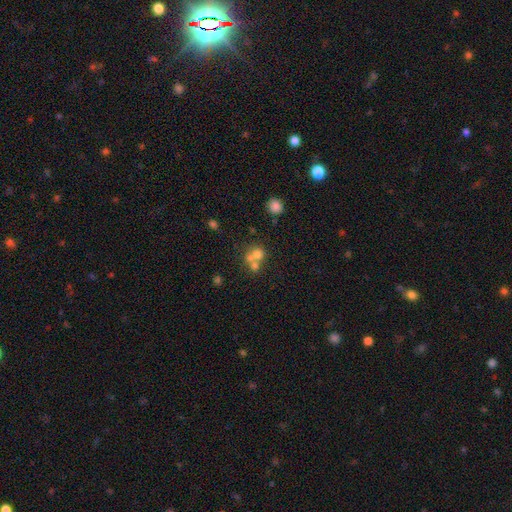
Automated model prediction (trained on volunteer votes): This is likely a smooth galaxy (64%). How rounded: clearly round (82%). Merging: possibly merger (55%).